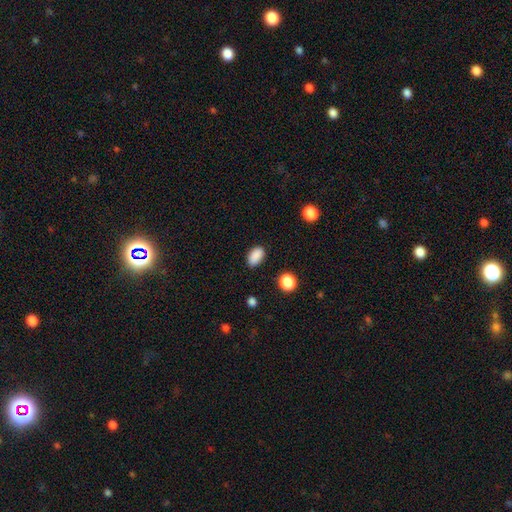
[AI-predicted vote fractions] Morphology: type=smooth (88%); roundness=in between (90%); merging=none (85%).